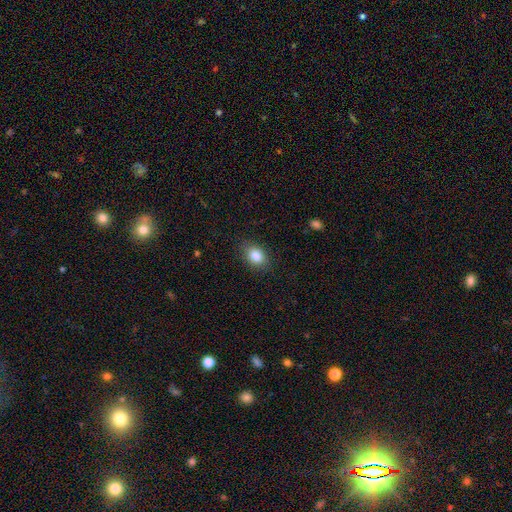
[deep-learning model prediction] Morphology: type=smooth (84%); roundness=in between (72%); merging=none (85%).